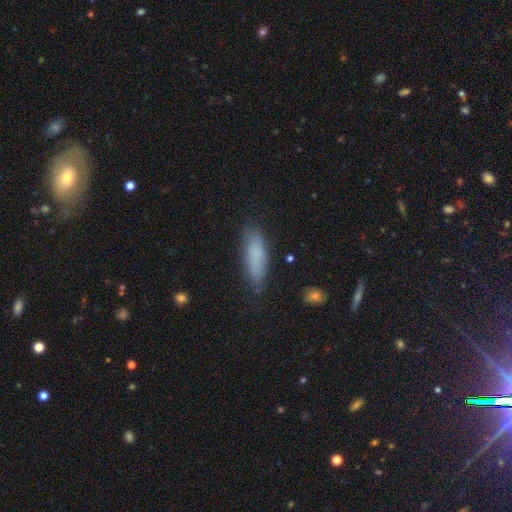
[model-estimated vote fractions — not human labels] Q: Smooth or featured?
A: smooth (79%); runner-up: featured or disk (13%)
Q: How rounded?
A: in between (55%); runner-up: cigar-shaped (43%)
Q: Merging?
A: none (75%); runner-up: minor disturbance (19%)